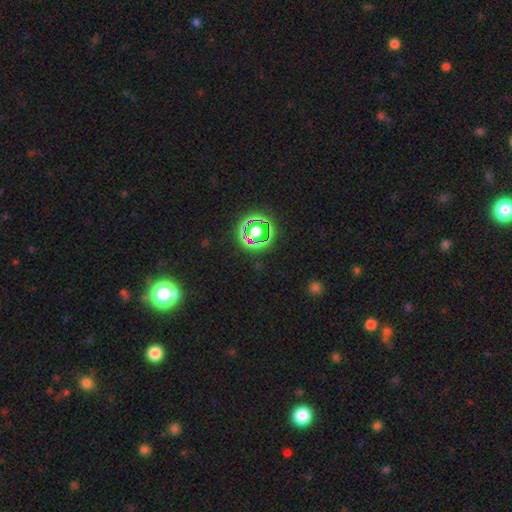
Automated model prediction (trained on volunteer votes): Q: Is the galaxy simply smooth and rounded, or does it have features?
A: star or artifact — 76%.